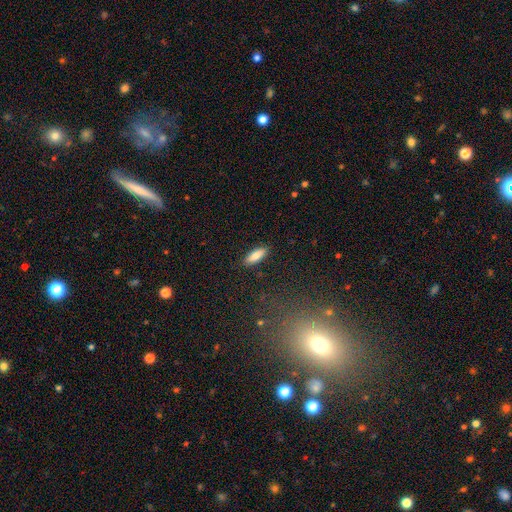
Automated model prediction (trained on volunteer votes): This is clearly a smooth galaxy (84%). How rounded: possibly in between (56%). Merging: clearly none (89%).